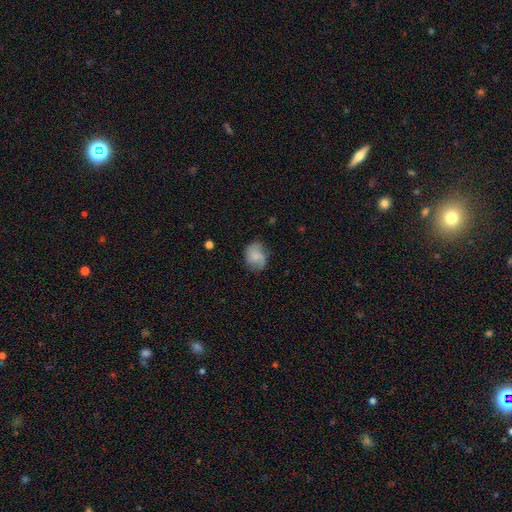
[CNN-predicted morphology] Smooth or featured? Predicted: smooth (p=0.56). How rounded? Predicted: round (p=0.52). Merging? Predicted: none (p=0.64).